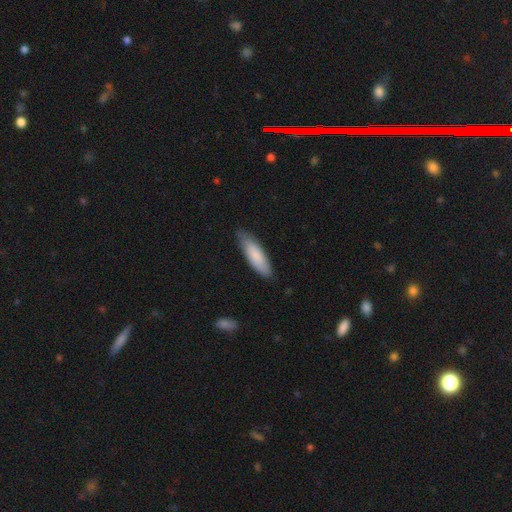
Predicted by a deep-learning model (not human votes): Smooth or featured? Predicted: smooth (p=0.81). How rounded? Predicted: in between (p=0.52). Merging? Predicted: none (p=0.76).